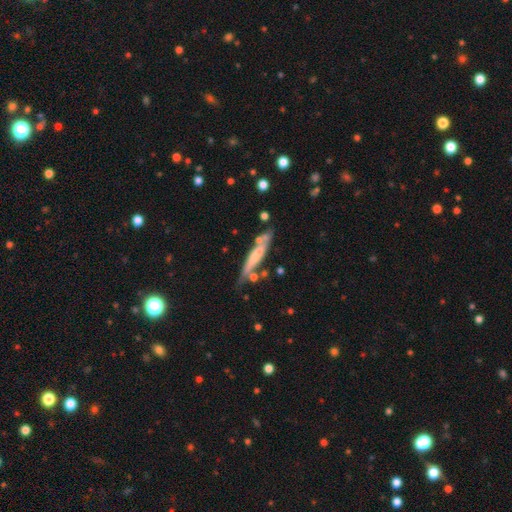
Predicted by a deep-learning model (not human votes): smooth 52%, featured or disk 41%, star or artifact 6%. Down the decision tree: how rounded — cigar-shaped (90%); merging — none (66%).